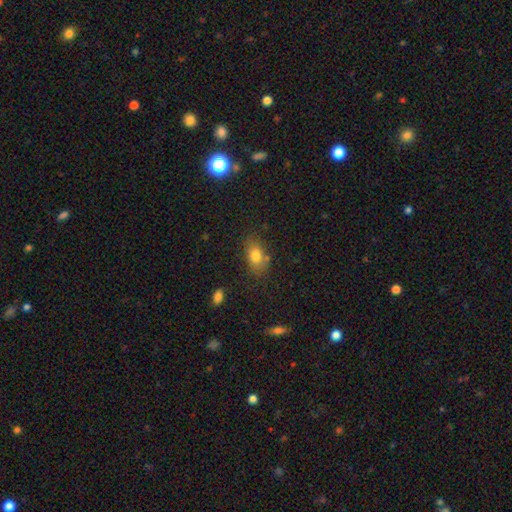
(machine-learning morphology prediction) type=smooth (78%); roundness=in between (83%); merging=none (71%).